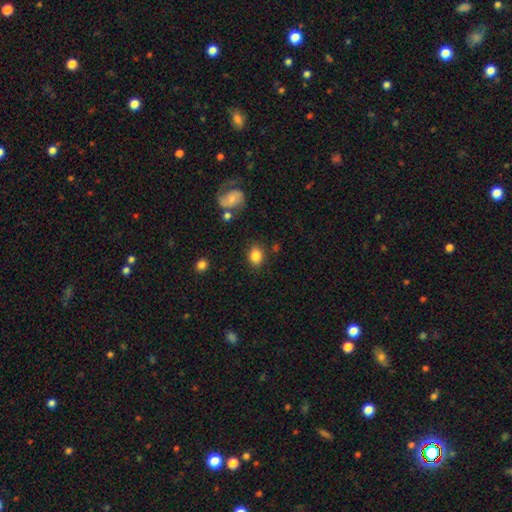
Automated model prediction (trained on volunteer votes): Overall: smooth (84%). How rounded: in between (58%; round 41%). Merging: none (82%).